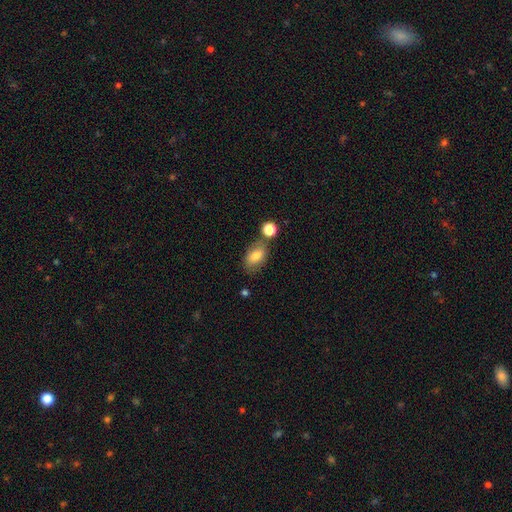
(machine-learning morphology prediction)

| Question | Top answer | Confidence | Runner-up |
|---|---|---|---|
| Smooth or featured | smooth | 78% | featured or disk (14%) |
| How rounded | in between | 87% | round (10%) |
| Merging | none | 64% | minor disturbance (17%) |